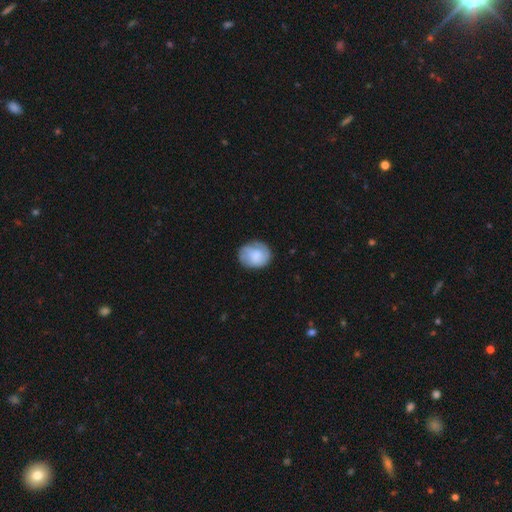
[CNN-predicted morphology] Smooth or featured: smooth — 67% (featured or disk — 26%)
How rounded: round — 62% (in between — 37%)
Merging: none — 71% (minor disturbance — 21%)